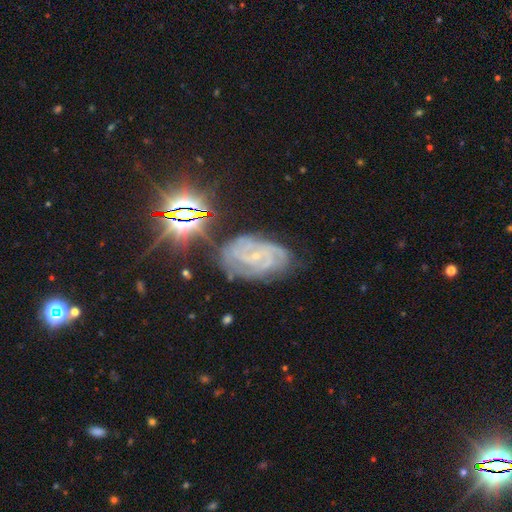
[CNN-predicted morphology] This appears to be a featured or disk galaxy (79%) with no bar (53%), tight (62%) spiral arms (96%) and a small central bulge (81%). Merging: none (69%).